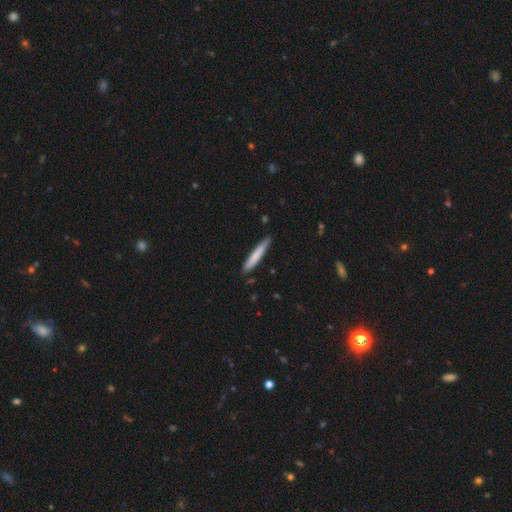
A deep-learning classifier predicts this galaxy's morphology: This is likely a smooth galaxy (75%). How rounded: clearly cigar-shaped (95%). Merging: clearly none (84%).